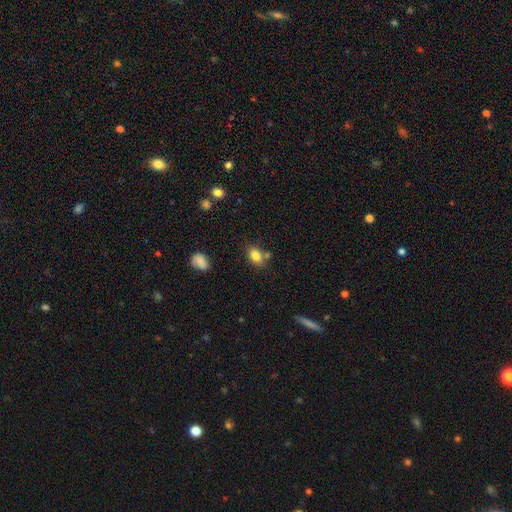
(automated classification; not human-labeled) Smooth or featured? Predicted: smooth (p=0.81). How rounded? Predicted: in between (p=0.77). Merging? Predicted: none (p=0.66).